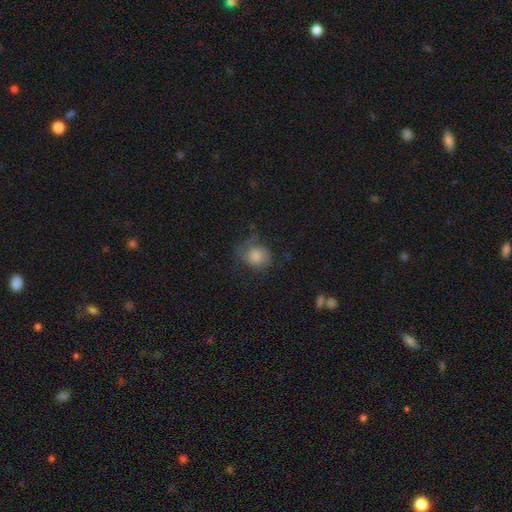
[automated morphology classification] Smooth or featured?
  - smooth: 71% *
  - featured or disk: 18%
  - star or artifact: 11%
How rounded?
  - round: 69% *
  - in between: 30%
  - cigar-shaped: 1%
Merging?
  - none: 52% *
  - minor disturbance: 27%
  - major disturbance: 19%
  - merger: 2%